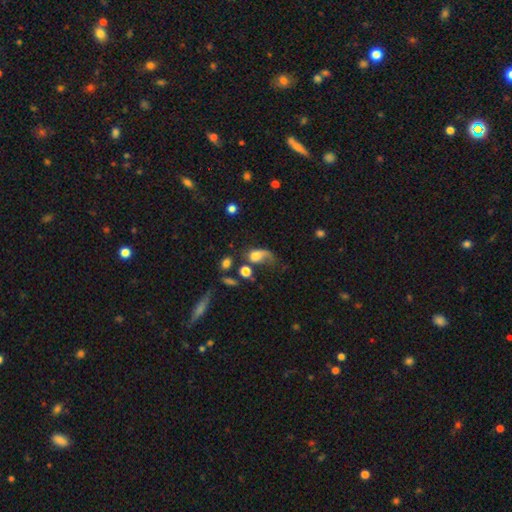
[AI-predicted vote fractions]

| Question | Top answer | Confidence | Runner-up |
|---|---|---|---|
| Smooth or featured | smooth | 57% | featured or disk (31%) |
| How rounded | in between | 64% | round (33%) |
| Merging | major disturbance | 48% | none (22%) |